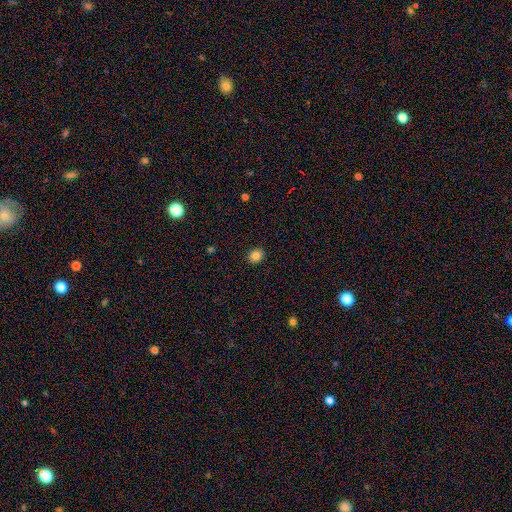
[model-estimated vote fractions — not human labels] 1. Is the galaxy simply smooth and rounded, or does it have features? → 84% smooth, 11% star or artifact, 5% featured or disk.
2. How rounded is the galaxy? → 69% round, 30% in between, 1% cigar-shaped.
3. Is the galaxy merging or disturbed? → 90% none, 7% minor disturbance, 2% major disturbance, 1% merger.